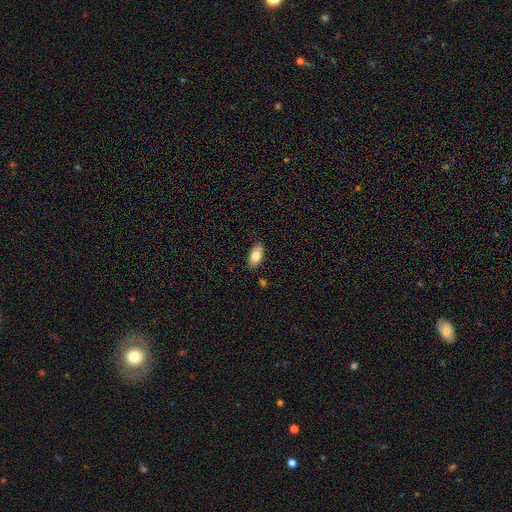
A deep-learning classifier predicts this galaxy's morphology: Q: Smooth or featured?
A: smooth (80%); runner-up: featured or disk (13%)
Q: How rounded?
A: in between (92%); runner-up: cigar-shaped (5%)
Q: Merging?
A: none (85%); runner-up: minor disturbance (11%)